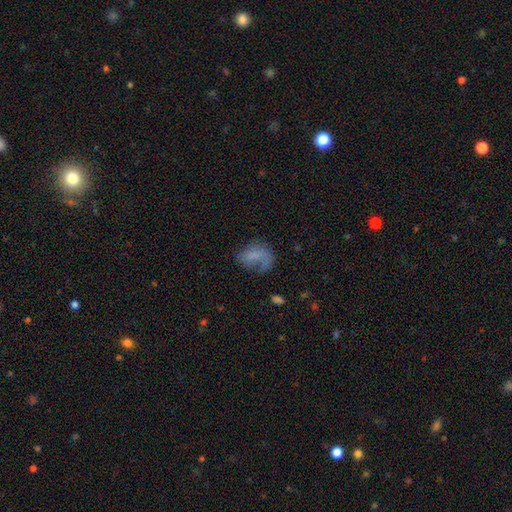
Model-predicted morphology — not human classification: smooth-or-featured: smooth: 55% | featured or disk: 34% | star or artifact: 11%
  how-rounded: in between: 67% | round: 31% | cigar-shaped: 2%
  merging: none: 38% | major disturbance: 34% | minor disturbance: 23% | merger: 5%